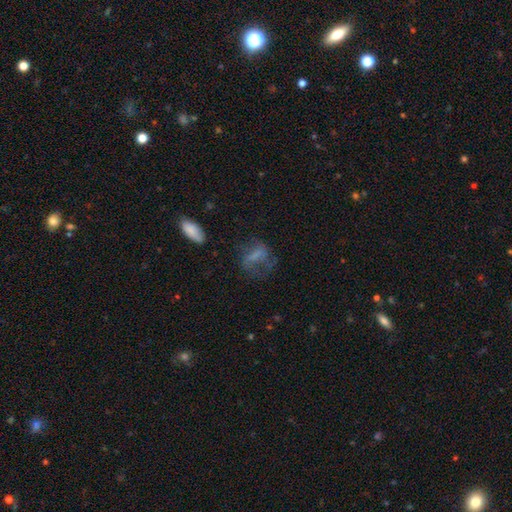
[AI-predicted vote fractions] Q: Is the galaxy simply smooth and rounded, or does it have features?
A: smooth — 51%.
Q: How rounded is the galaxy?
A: in between — 63%.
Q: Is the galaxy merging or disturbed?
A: none — 40%.